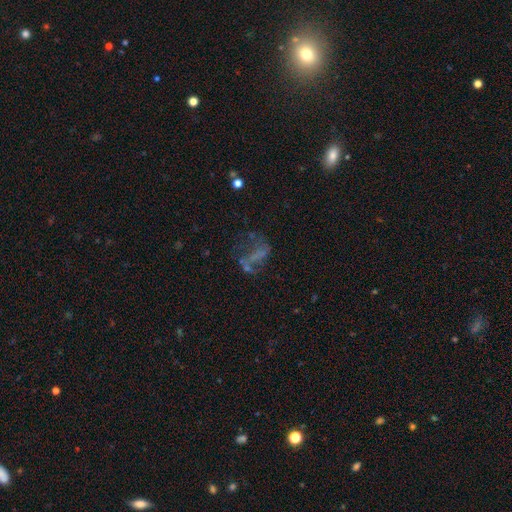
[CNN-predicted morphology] This is possibly a featured or disk galaxy (46%). Merging: marginally none (37%).